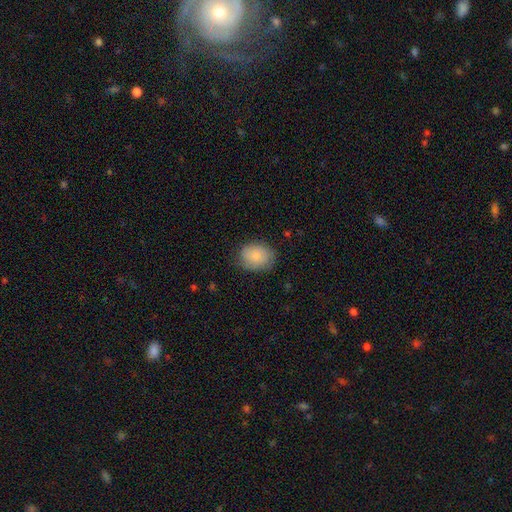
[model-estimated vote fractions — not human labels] Overall: smooth (80%). How rounded: in between (56%; round 43%). Merging: none (73%).